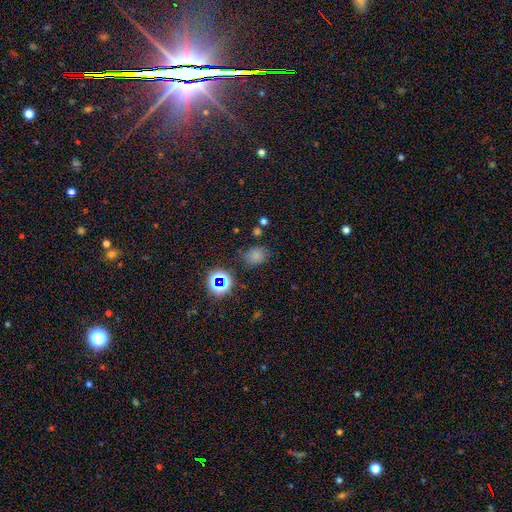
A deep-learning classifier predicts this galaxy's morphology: This appears to be a smooth galaxy with no disk features (67%) that is round (50%). Merging: none (73%).